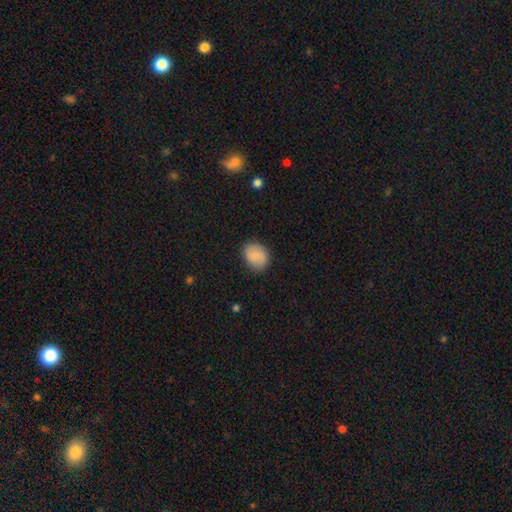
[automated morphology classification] Q: Smooth or featured?
A: smooth (76%); runner-up: featured or disk (17%)
Q: How rounded?
A: round (56%); runner-up: in between (43%)
Q: Merging?
A: none (83%); runner-up: minor disturbance (13%)